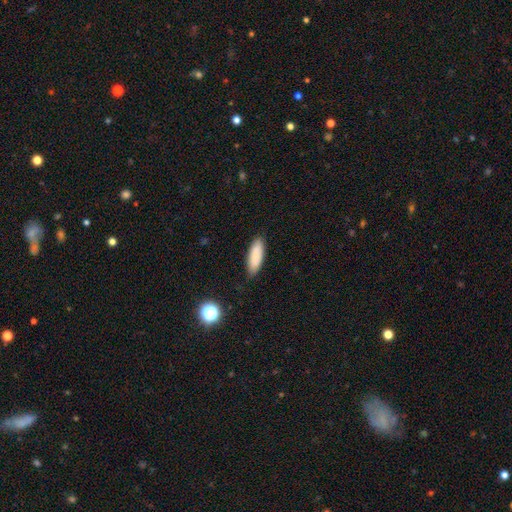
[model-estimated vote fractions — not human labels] smooth_or_featured: smooth (p=0.87) [alt: star or artifact p=0.07]
how_rounded: in between (p=0.61) [alt: cigar-shaped p=0.37]
merging: none (p=0.84) [alt: minor disturbance p=0.12]